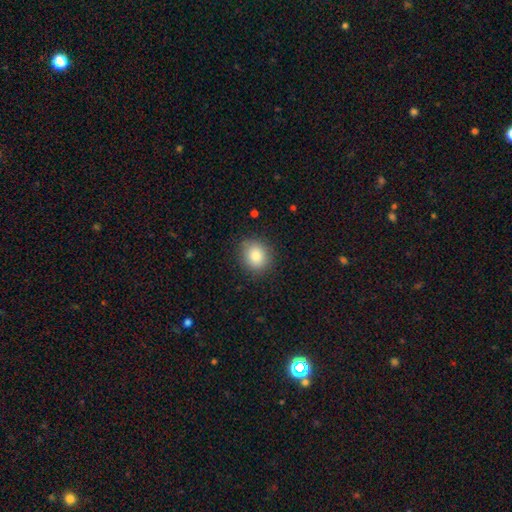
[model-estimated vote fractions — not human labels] Overall: smooth (86%). How rounded: round (77%). Merging: none (85%).